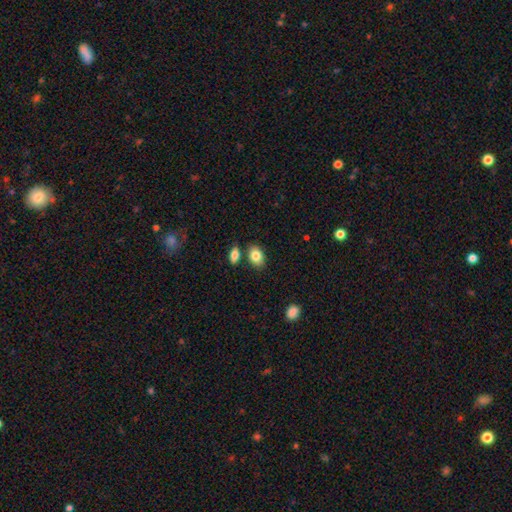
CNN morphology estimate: The model was most divided on "merging": none: 75%, minor disturbance: 12%, merger: 11%, major disturbance: 3%. More confident: smooth or featured — smooth (84%); how rounded — in between (83%).